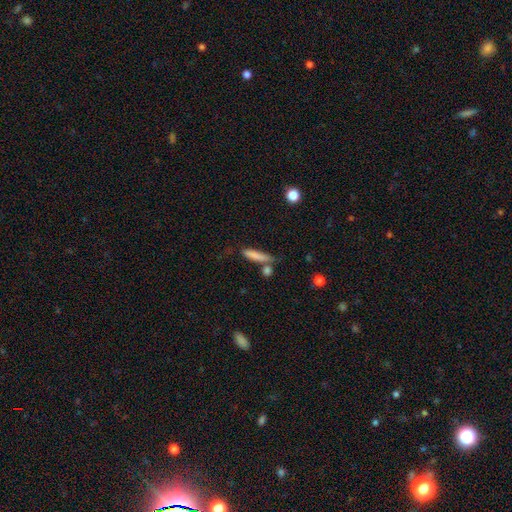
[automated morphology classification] The model was most divided on "merging": none: 62%, minor disturbance: 18%, merger: 14%, major disturbance: 6%. More confident: how rounded — cigar-shaped (83%); smooth or featured — smooth (79%).